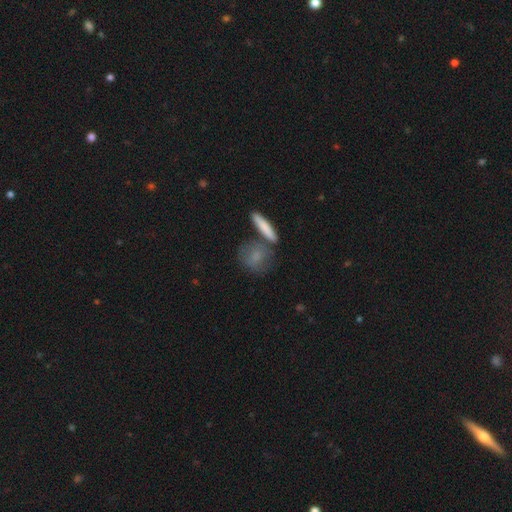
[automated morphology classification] The model was most divided on "how rounded": round: 38%, in between: 37%, cigar-shaped: 25%. More confident: smooth or featured — smooth (68%); merging — none (56%).